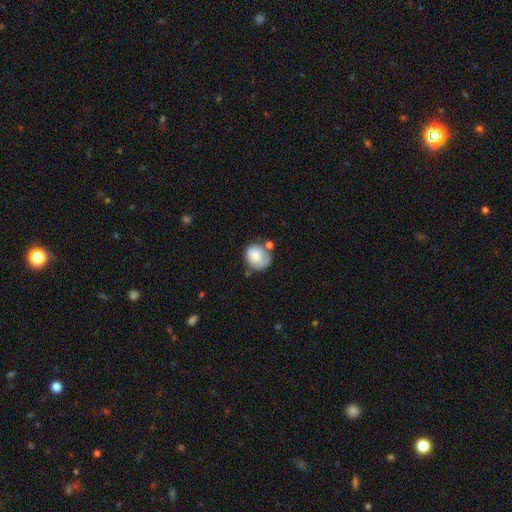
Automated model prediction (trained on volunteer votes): Smooth or featured? Predicted: smooth (p=0.74). How rounded? Predicted: round (p=0.69). Merging? Predicted: none (p=0.48).